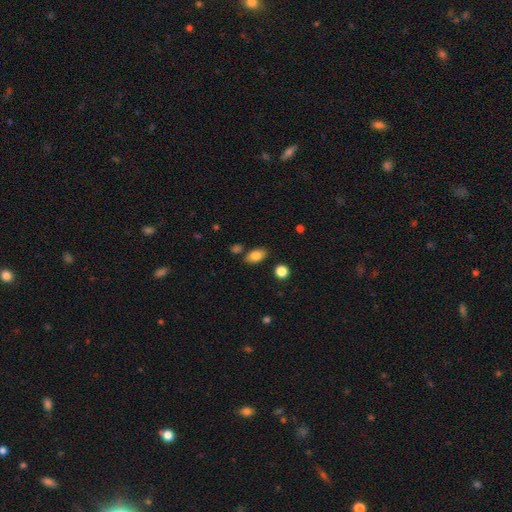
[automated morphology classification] smooth-or-featured: smooth: 82% | featured or disk: 9% | star or artifact: 8%
  how-rounded: in between: 89% | round: 9% | cigar-shaped: 3%
  merging: none: 80% | minor disturbance: 12% | merger: 5% | major disturbance: 3%